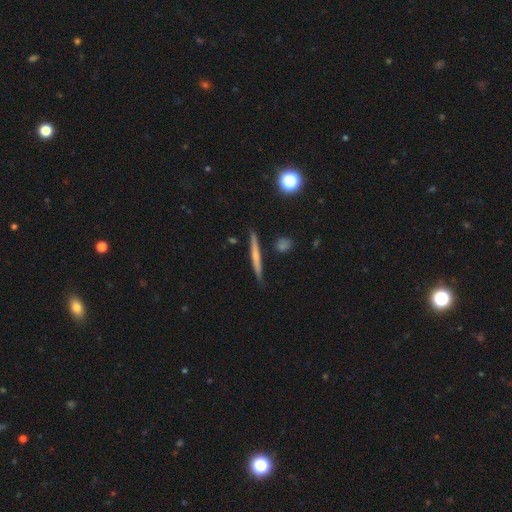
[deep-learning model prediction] Overall: smooth (48%; featured or disk 45%). Merging: none (88%).